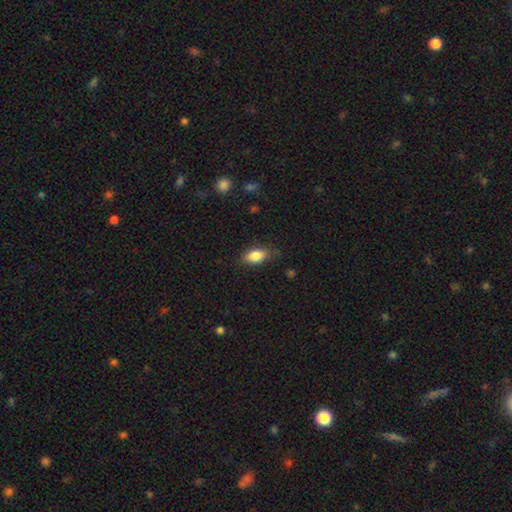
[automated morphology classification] A smooth galaxy with no disk features (84%) that is in between round and cigar-shaped (88%).

Vote fractions:
- Smooth or featured? smooth: 84% / featured or disk: 8% / star or artifact: 8%
- How rounded? in between: 88% / cigar-shaped: 7% / round: 5%
- Merging? none: 76% / minor disturbance: 19% / major disturbance: 4% / merger: 1%